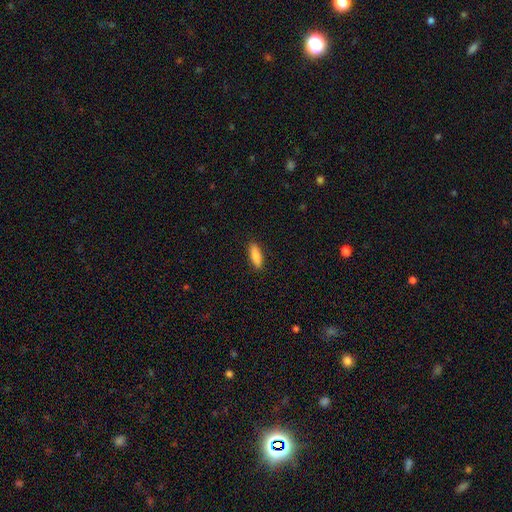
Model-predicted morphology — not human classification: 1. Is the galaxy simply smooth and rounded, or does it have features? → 87% smooth, 7% featured or disk, 6% star or artifact.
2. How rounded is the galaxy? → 57% in between, 41% cigar-shaped, 2% round.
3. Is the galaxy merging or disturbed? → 89% none, 8% minor disturbance, 2% major disturbance, 1% merger.